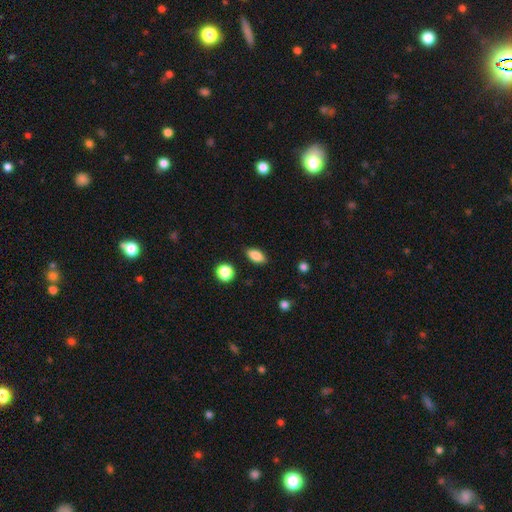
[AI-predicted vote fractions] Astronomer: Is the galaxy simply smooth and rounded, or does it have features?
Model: smooth — 85%.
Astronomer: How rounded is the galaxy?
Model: in between — 87%.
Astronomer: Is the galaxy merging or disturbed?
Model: none — 86%.